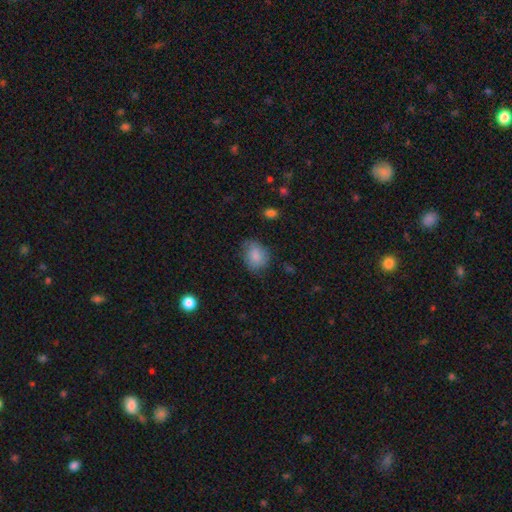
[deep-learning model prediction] Smooth or featured? smooth (82%)
How rounded? in between (56%)
Merging? none (65%)